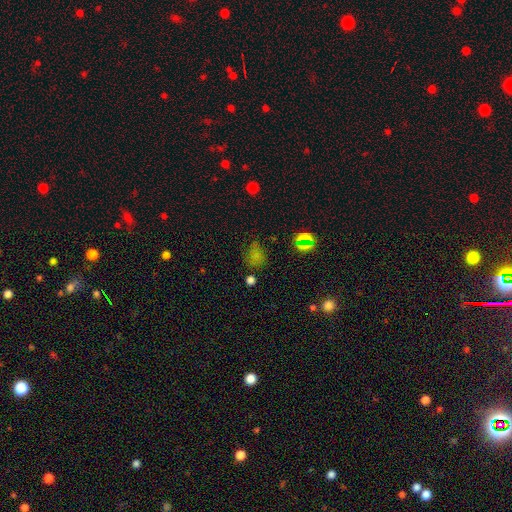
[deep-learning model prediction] Overall: smooth (49%; star or artifact 42%). Merging: none (70%).